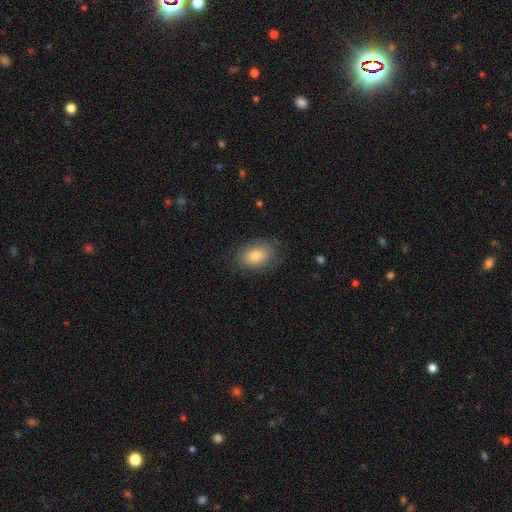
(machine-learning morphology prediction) A smooth galaxy with no disk features (79%) that is in between round and cigar-shaped (80%).

Vote fractions:
- Smooth or featured? smooth: 79% / featured or disk: 13% / star or artifact: 8%
- How rounded? in between: 80% / round: 18% / cigar-shaped: 1%
- Merging? none: 77% / minor disturbance: 17% / major disturbance: 5% / merger: 1%